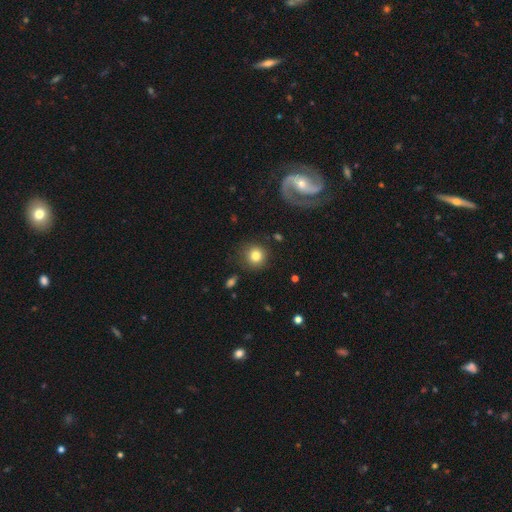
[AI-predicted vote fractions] The model was most divided on "smooth or featured": smooth: 79%, star or artifact: 11%, featured or disk: 10%. More confident: how rounded — round (92%); merging — none (83%).